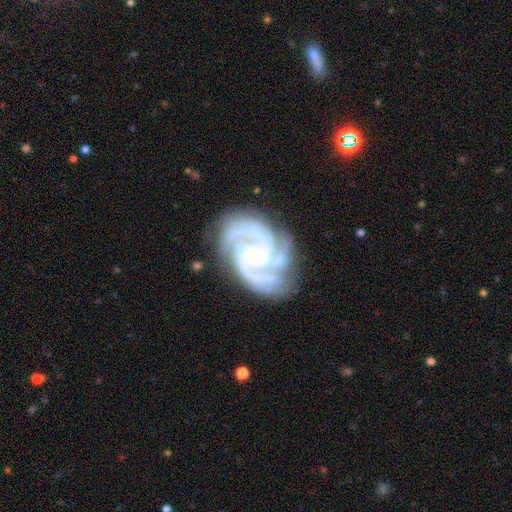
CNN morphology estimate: type=featured or disk (92%); edge-on=no (98%); bar=no (61%); spiral arms=yes (99%); winding=tight (53%); arm count=3 (47%); bulge=small (80%); merging=none (70%).